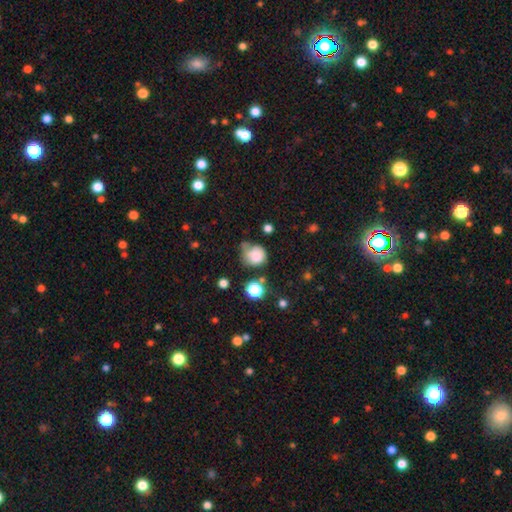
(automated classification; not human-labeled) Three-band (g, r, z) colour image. It shows a smooth galaxy with no disk features (77%) that is round (79%). Merging: none (43%).